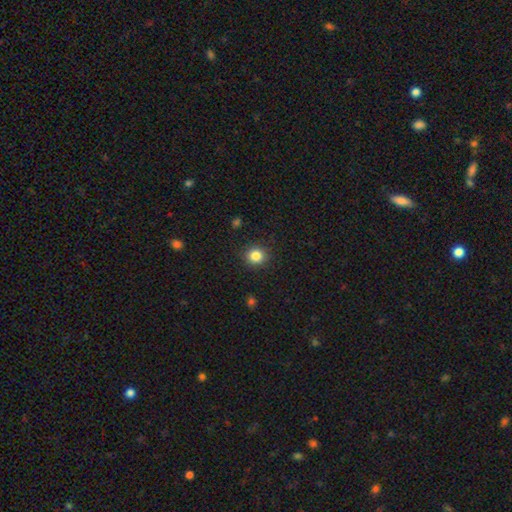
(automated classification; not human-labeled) Overall: smooth (84%). How rounded: round (89%). Merging: none (91%).